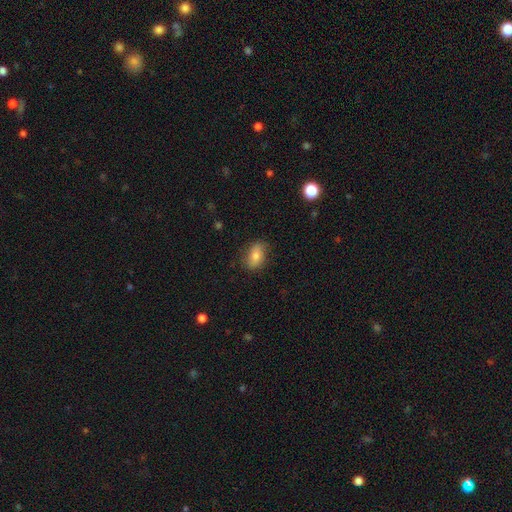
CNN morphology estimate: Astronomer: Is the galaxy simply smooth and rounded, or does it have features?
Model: smooth — 72%.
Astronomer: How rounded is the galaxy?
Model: in between — 83%.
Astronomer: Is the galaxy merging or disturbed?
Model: none — 79%.